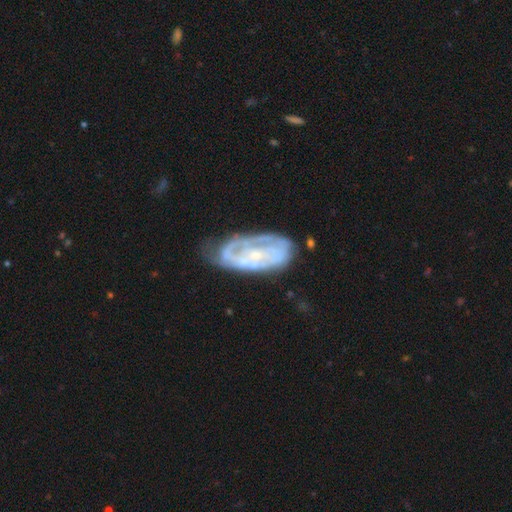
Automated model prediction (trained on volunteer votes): Smooth or featured? Predicted: featured or disk (p=0.75). Edge-on disk? Predicted: no (p=0.93). Bar? Predicted: no (p=0.70). Spiral arms? Predicted: yes (p=0.68). Bulge size? Predicted: small (p=0.69). Merging? Predicted: none (p=0.53).